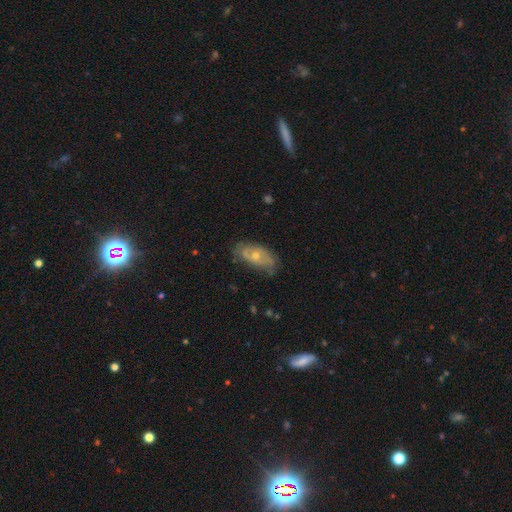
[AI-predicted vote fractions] This is likely a featured or disk galaxy (60%). It is clearly not viewed edge-on (87%). Bar: likely no (79%). Spiral arm pattern: likely yes (64%). Central bulge: possibly moderate (51%). Merging: likely none (70%).